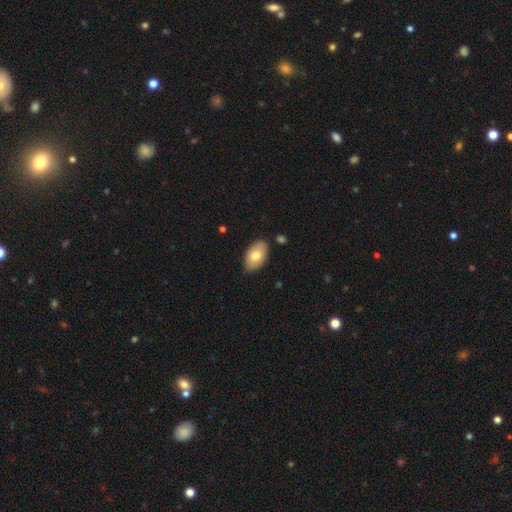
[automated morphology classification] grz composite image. It shows a smooth galaxy with no disk features (73%) that is in between round and cigar-shaped (92%). Merging: none (81%).